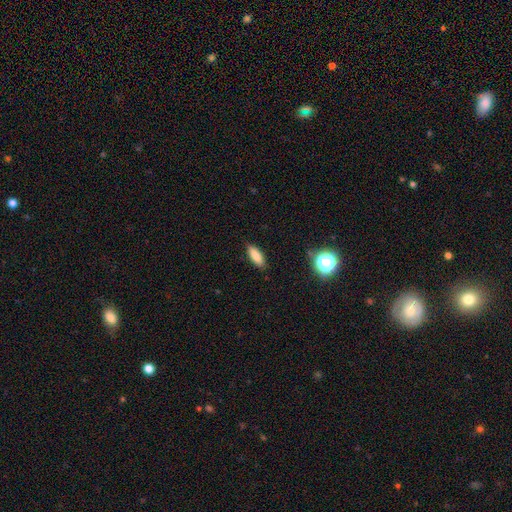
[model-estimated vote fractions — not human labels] Q: Smooth or featured?
A: smooth (84%); runner-up: star or artifact (9%)
Q: How rounded?
A: in between (68%); runner-up: cigar-shaped (30%)
Q: Merging?
A: none (87%); runner-up: minor disturbance (10%)